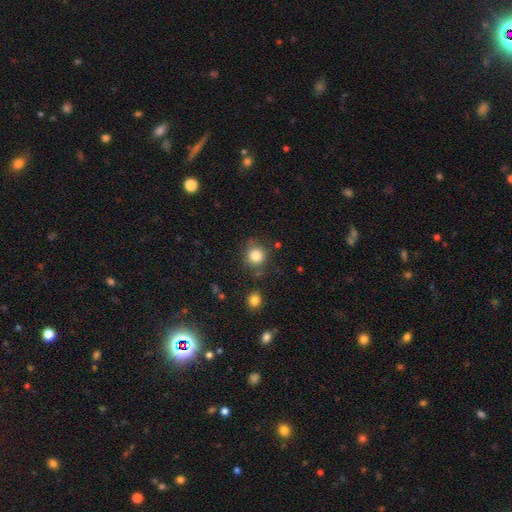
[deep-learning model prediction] Smooth or featured? Predicted: smooth (p=0.83). How rounded? Predicted: round (p=0.89). Merging? Predicted: none (p=0.80).